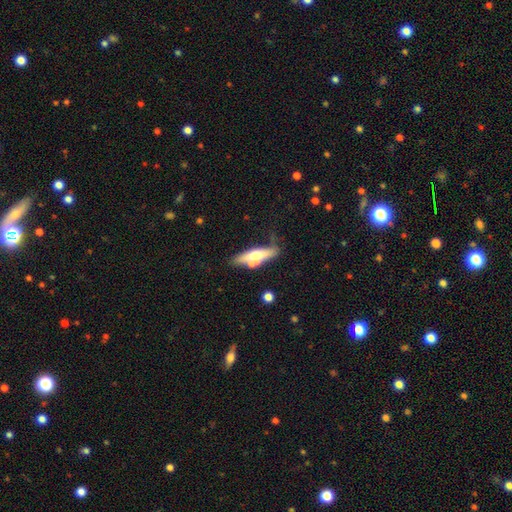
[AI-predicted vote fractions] smooth_or_featured: featured or disk (p=0.49) [alt: smooth p=0.44]
merging: none (p=0.55) [alt: minor disturbance p=0.19]